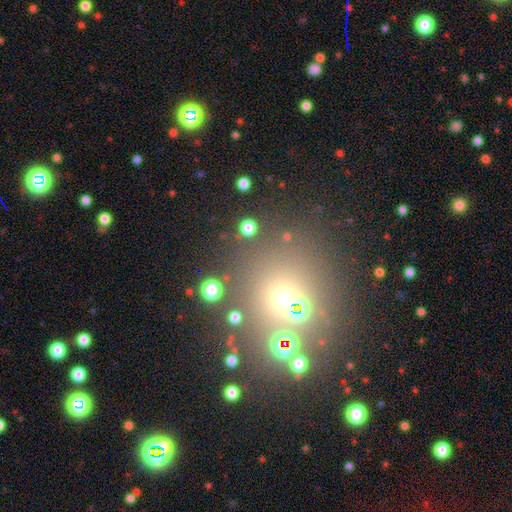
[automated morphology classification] Smooth or featured?
  - star or artifact: 47% *
  - smooth: 37%
  - featured or disk: 16%